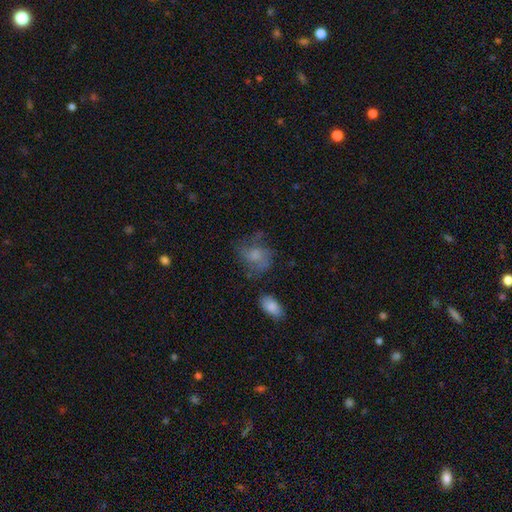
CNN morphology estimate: smooth 52%, featured or disk 36%, star or artifact 12%. Down the decision tree: how rounded — in between (50%); merging — none (46%).